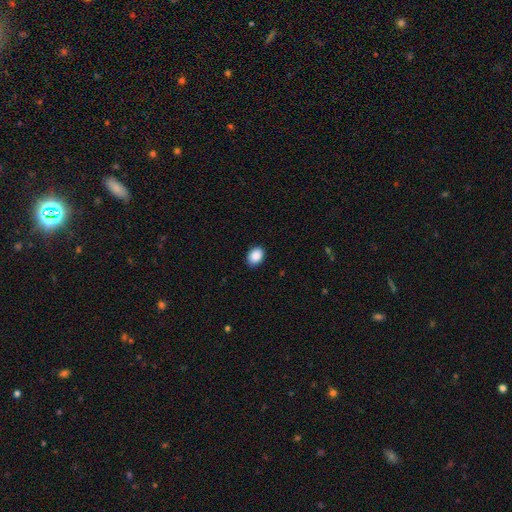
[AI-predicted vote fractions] This appears to be a smooth galaxy with no disk features (90%) that is in between round and cigar-shaped (70%). Merging: none (87%).